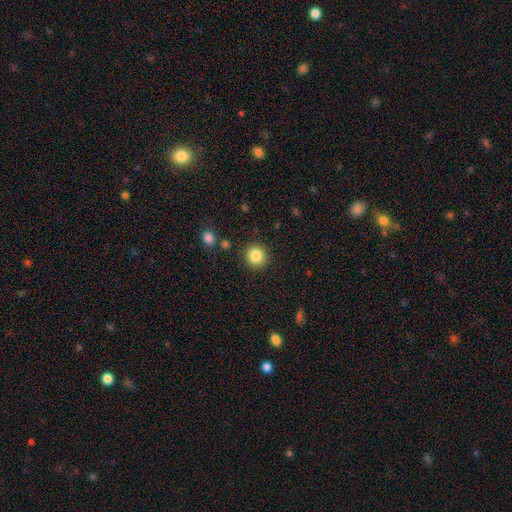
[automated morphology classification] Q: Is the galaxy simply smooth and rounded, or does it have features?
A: smooth — 84%.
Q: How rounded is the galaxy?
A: round — 92%.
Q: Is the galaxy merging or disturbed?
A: none — 89%.